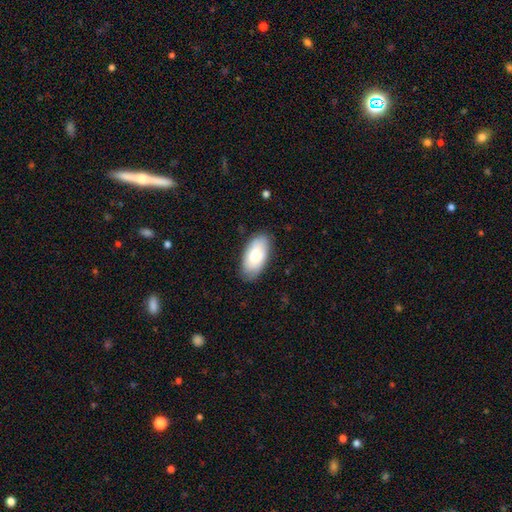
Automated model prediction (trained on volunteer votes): Overall: smooth (76%). How rounded: in between (94%). Merging: none (83%).